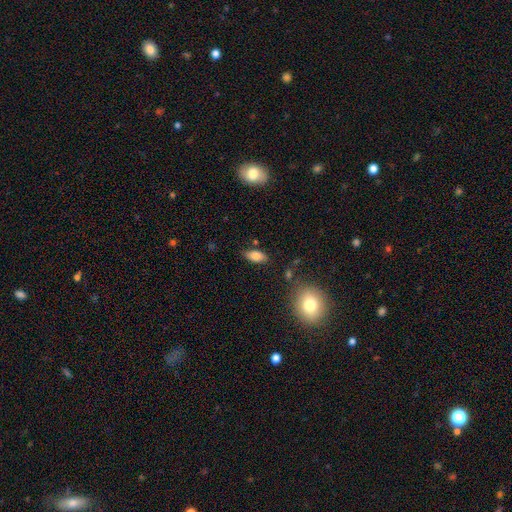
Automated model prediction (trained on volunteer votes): smooth-or-featured: smooth: 80% | featured or disk: 11% | star or artifact: 9%
  how-rounded: in between: 88% | cigar-shaped: 8% | round: 3%
  merging: none: 80% | minor disturbance: 14% | major disturbance: 3% | merger: 3%